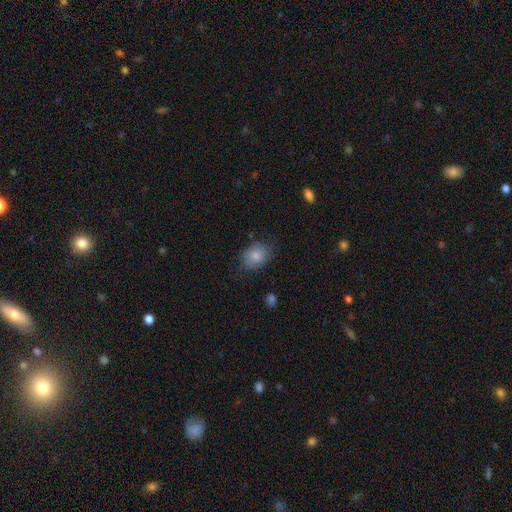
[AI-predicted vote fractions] smooth 82%, featured or disk 10%, star or artifact 8%. Down the decision tree: how rounded — in between (66%); merging — none (73%).